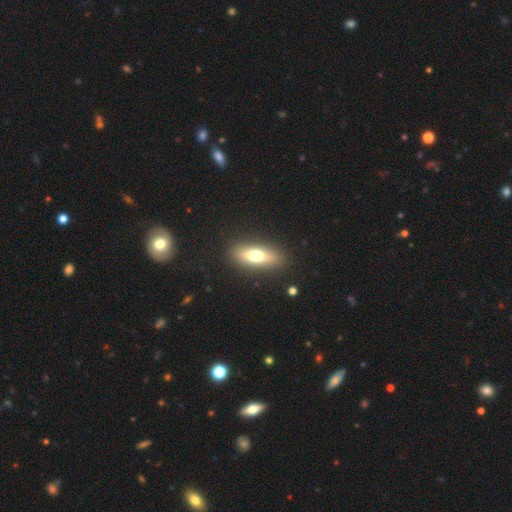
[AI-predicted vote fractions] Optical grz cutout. It shows a smooth galaxy with no disk features (65%) that is in between round and cigar-shaped (60%). Merging: none (88%).